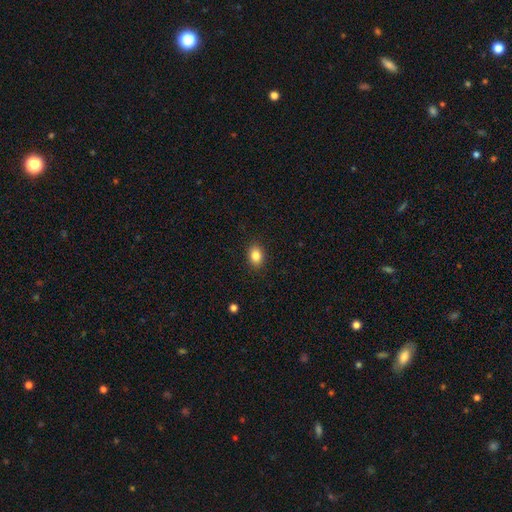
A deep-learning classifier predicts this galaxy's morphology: Smooth or featured?
  - smooth: 86% *
  - star or artifact: 9%
  - featured or disk: 5%
How rounded?
  - in between: 70% *
  - round: 29%
  - cigar-shaped: 1%
Merging?
  - none: 89% *
  - minor disturbance: 8%
  - major disturbance: 2%
  - merger: 1%